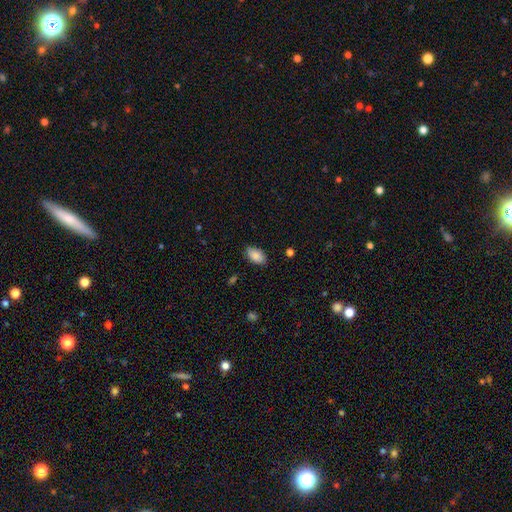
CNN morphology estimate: Q: Smooth or featured?
A: smooth (87%); runner-up: star or artifact (7%)
Q: How rounded?
A: in between (94%); runner-up: round (4%)
Q: Merging?
A: none (84%); runner-up: minor disturbance (12%)